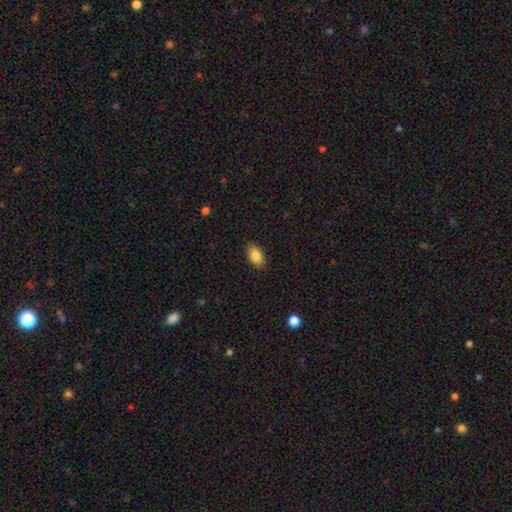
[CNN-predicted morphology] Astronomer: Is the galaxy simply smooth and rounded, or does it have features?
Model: smooth — 85%.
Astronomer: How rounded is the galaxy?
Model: in between — 92%.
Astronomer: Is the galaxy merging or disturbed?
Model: none — 87%.